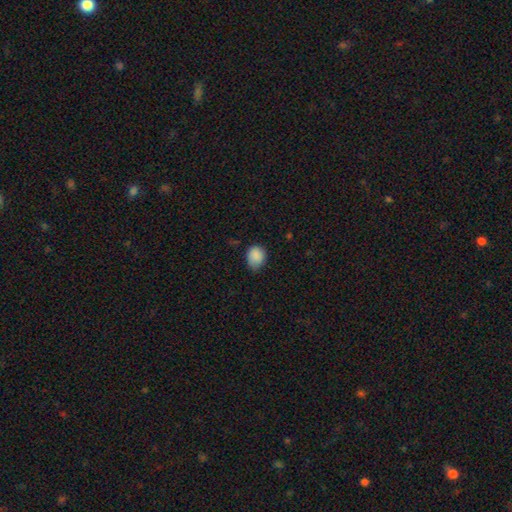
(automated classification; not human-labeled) The model was most divided on "how rounded": round: 57%, in between: 42%, cigar-shaped: 1%. More confident: smooth or featured — smooth (88%); merging — none (59%).